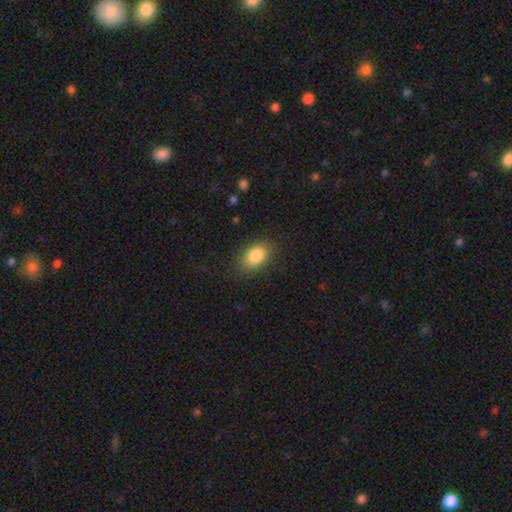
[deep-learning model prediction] Overall: smooth (84%). How rounded: in between (85%). Merging: none (83%).